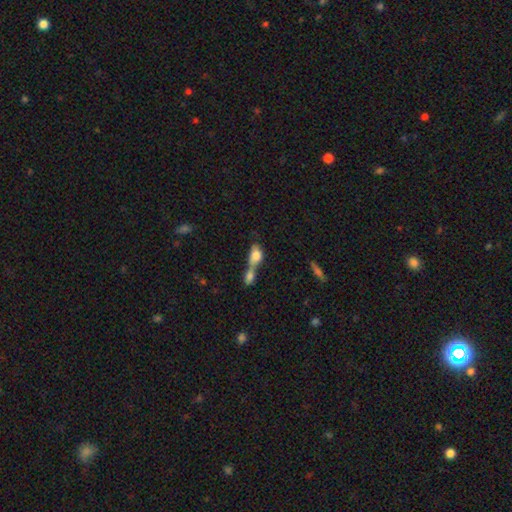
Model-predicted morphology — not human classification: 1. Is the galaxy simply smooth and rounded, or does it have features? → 74% smooth, 17% featured or disk, 9% star or artifact.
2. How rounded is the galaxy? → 68% in between, 23% round, 9% cigar-shaped.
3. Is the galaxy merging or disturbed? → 79% merger, 11% none, 5% major disturbance, 5% minor disturbance.